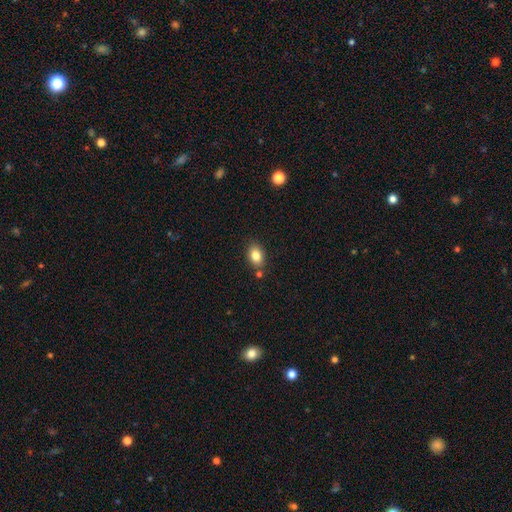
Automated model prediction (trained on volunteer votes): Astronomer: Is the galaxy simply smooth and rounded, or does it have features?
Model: smooth — 82%.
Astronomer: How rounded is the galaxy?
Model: in between — 73%.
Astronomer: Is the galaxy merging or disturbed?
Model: none — 80%.